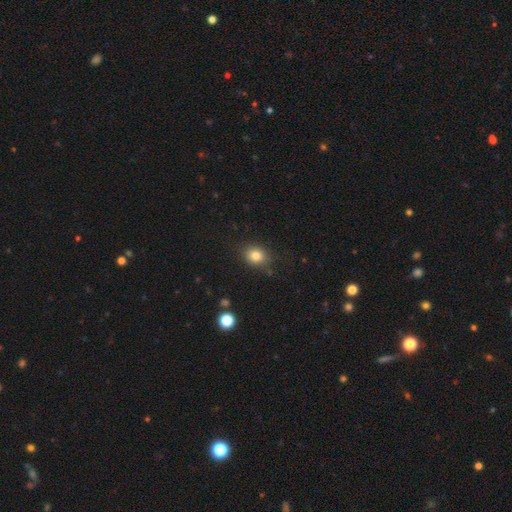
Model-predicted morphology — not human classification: A smooth galaxy with no disk features (82%) that is round (55%). Merging: none (81%).